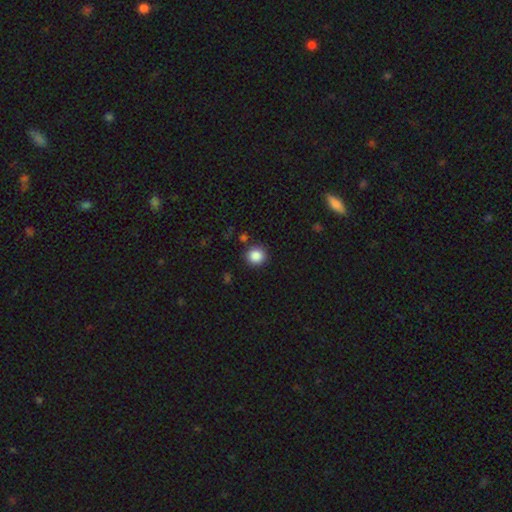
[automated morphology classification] type=smooth (87%); roundness=round (92%); merging=none (87%).